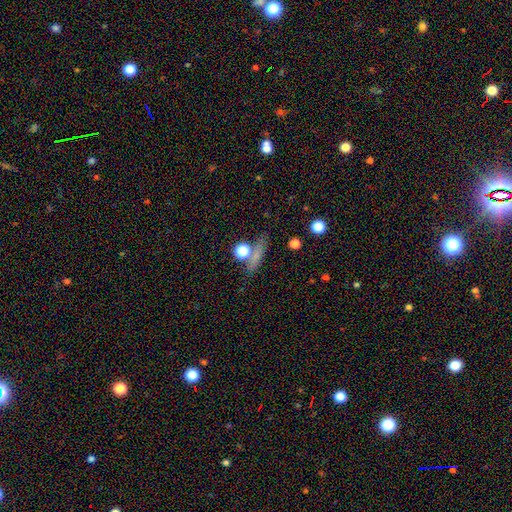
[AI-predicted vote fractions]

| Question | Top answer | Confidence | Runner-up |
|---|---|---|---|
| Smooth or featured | smooth | 64% | star or artifact (18%) |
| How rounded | cigar-shaped | 57% | in between (23%) |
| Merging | none | 73% | minor disturbance (12%) |